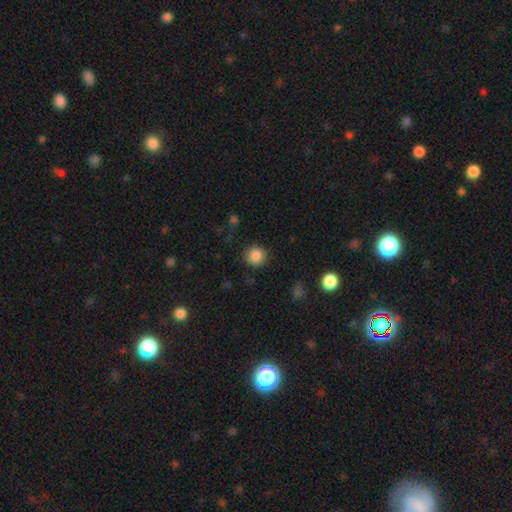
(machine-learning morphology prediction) smooth 86%, star or artifact 10%, featured or disk 4%. Down the decision tree: how rounded — round (92%); merging — none (89%).